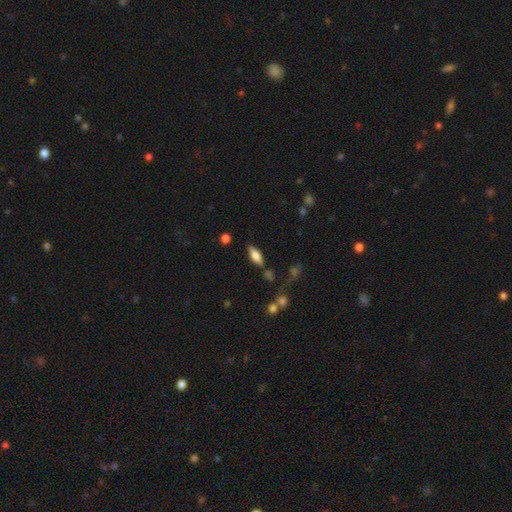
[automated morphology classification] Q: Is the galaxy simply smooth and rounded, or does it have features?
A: smooth — 63%.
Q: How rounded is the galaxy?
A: in between — 70%.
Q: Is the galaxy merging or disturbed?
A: none — 80%.